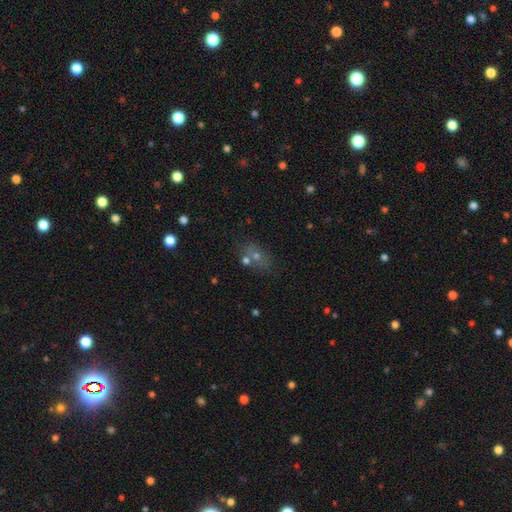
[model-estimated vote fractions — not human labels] smooth-or-featured: smooth: 51% | star or artifact: 30% | featured or disk: 19%
  how-rounded: in between: 58% | round: 39% | cigar-shaped: 3%
  merging: none: 59% | merger: 23% | minor disturbance: 12% | major disturbance: 6%